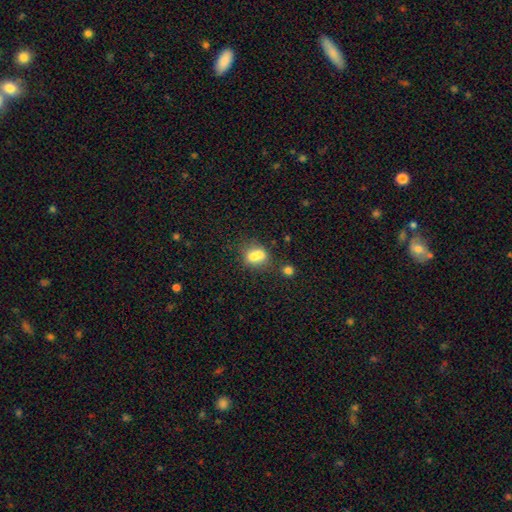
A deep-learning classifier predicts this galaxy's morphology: smooth_or_featured: smooth (p=0.69) [alt: featured or disk p=0.20]
how_rounded: round (p=0.59) [alt: in between p=0.40]
merging: merger (p=0.55) [alt: none p=0.31]